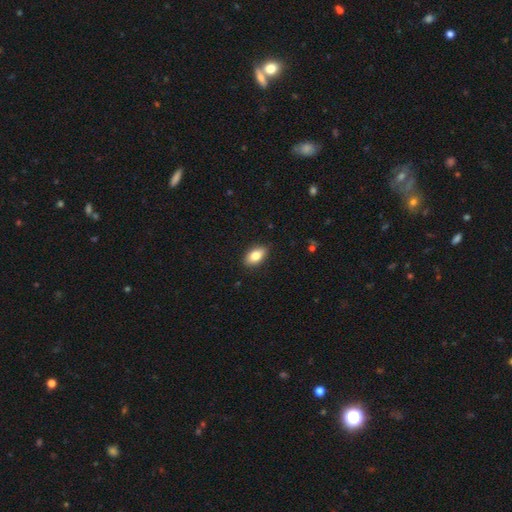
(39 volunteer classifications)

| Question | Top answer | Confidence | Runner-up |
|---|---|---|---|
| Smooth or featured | smooth | 79% | featured or disk (15%) |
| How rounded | in between | 94% | round (6%) |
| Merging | none | 95% | major disturbance (5%) |